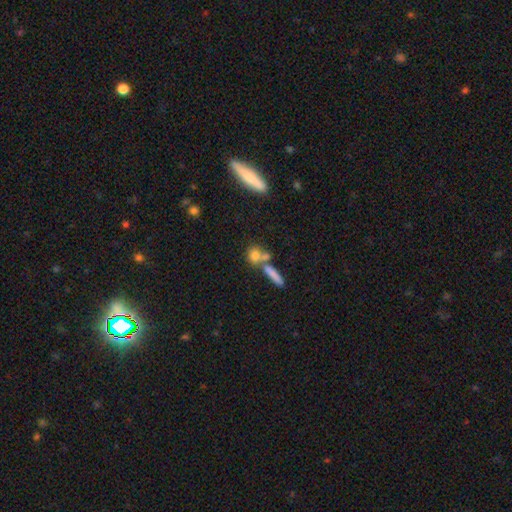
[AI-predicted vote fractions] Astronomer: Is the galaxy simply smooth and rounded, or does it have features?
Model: smooth — 75%.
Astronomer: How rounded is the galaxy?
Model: round — 52%.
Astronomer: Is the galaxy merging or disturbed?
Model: none — 52% (runner-up: merger, 34%).